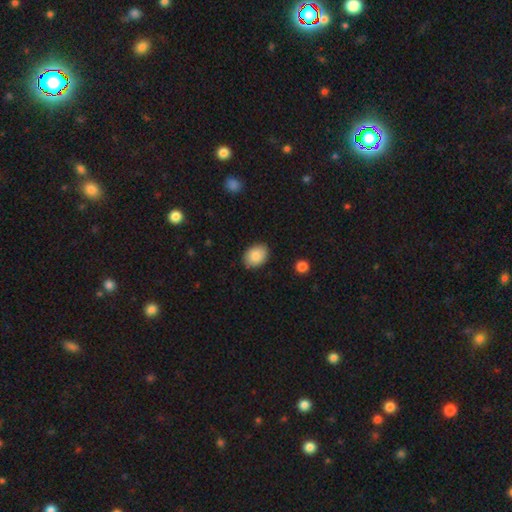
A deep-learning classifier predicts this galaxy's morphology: Smooth or featured: smooth — 86% (featured or disk — 7%)
How rounded: in between — 73% (round — 26%)
Merging: none — 87% (minor disturbance — 10%)